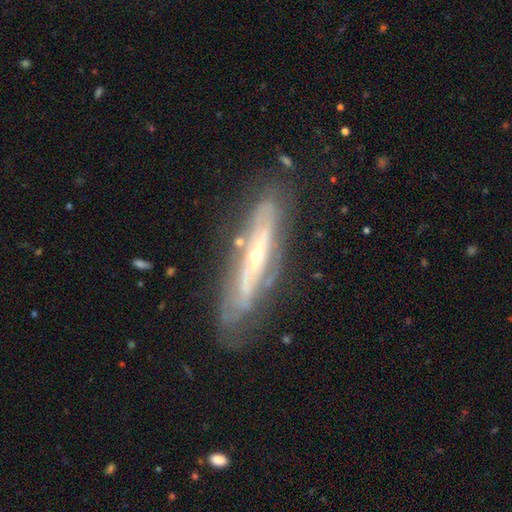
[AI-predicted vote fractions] Overall: featured or disk (81%). Edge-on disk: no (50%, tied with yes). Merging: none (72%).